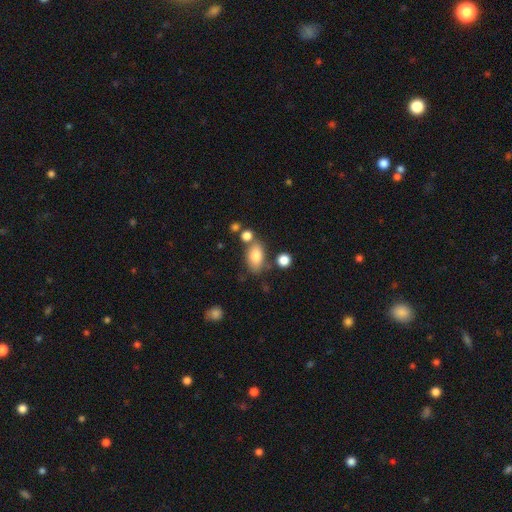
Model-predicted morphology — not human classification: smooth-or-featured: smooth: 79% | featured or disk: 12% | star or artifact: 9%
  how-rounded: in between: 87% | round: 11% | cigar-shaped: 2%
  merging: none: 64% | minor disturbance: 17% | merger: 14% | major disturbance: 5%